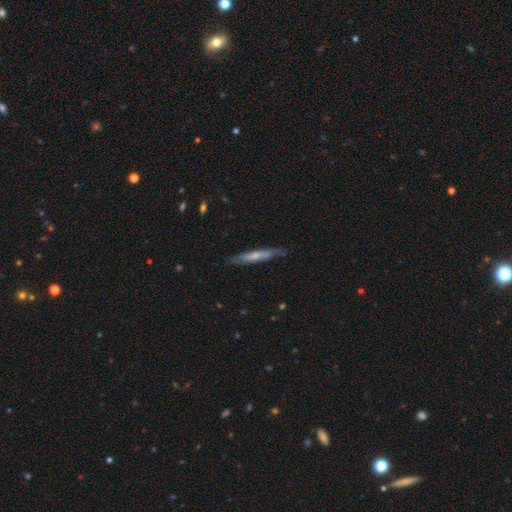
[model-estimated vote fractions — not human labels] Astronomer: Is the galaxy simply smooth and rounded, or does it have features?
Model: smooth — 48% (runner-up: featured or disk, 46%).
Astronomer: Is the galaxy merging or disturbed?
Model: none — 80%.